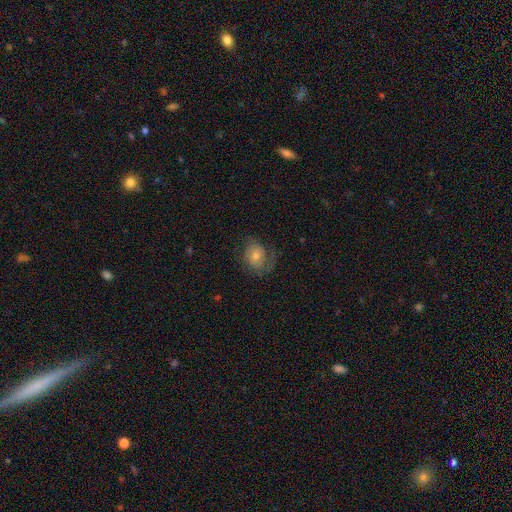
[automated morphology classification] Smooth or featured: featured or disk — 57% (smooth — 32%)
Edge-on disk: no — 96% (yes — 4%)
Bar: no — 70% (weak — 24%)
Spiral arms: yes — 84% (no — 16%)
Bulge size: moderate — 50% (small — 41%)
Merging: none — 63% (minor disturbance — 19%)